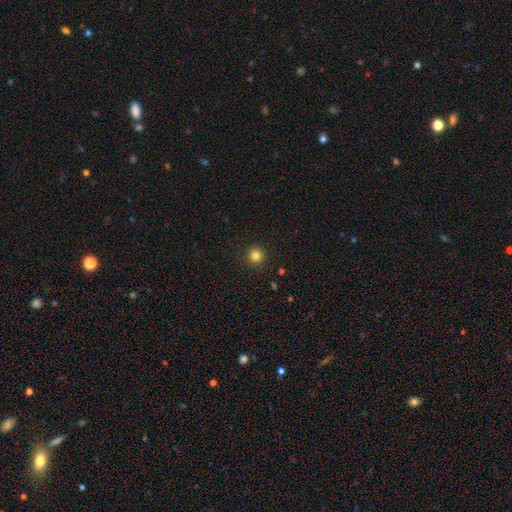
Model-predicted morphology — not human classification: smooth 83%, star or artifact 13%, featured or disk 4%. Down the decision tree: how rounded — round (95%); merging — none (92%).